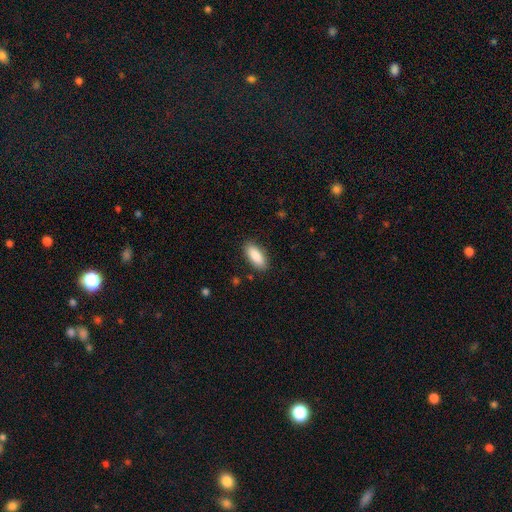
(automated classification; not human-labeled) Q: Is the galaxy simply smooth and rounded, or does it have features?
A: smooth — 89%.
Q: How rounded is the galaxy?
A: in between — 83%.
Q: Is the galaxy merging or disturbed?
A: none — 87%.